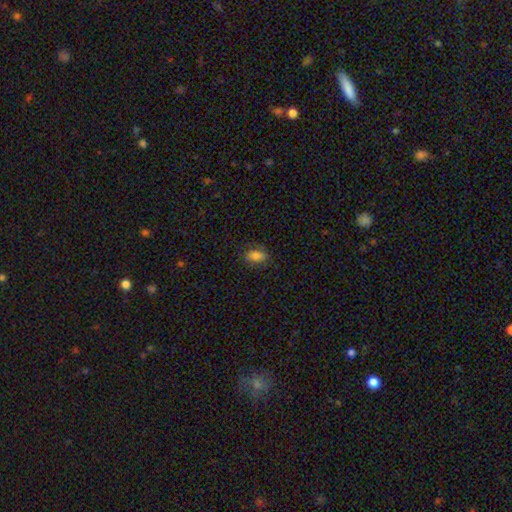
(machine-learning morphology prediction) Q: Smooth or featured?
A: smooth (83%); runner-up: star or artifact (10%)
Q: How rounded?
A: in between (86%); runner-up: round (10%)
Q: Merging?
A: none (80%); runner-up: minor disturbance (15%)